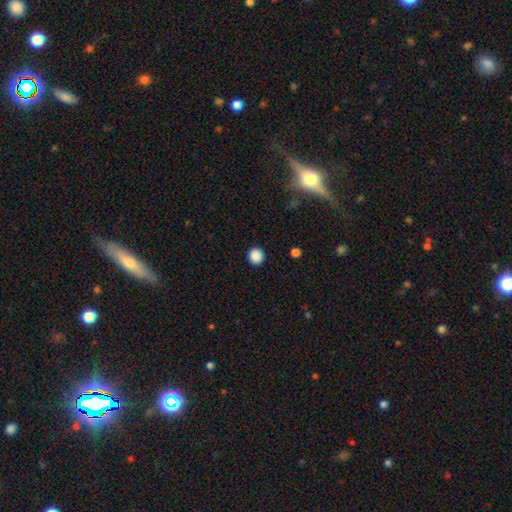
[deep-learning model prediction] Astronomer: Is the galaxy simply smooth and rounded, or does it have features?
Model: smooth — 88%.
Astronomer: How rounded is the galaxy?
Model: round — 91%.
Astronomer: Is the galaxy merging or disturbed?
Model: none — 92%.